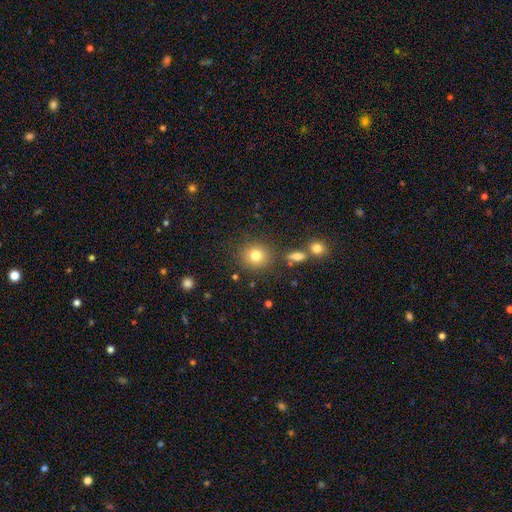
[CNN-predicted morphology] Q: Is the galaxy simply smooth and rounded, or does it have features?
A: smooth — 80%.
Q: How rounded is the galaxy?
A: round — 86%.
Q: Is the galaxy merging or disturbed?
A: none — 83%.